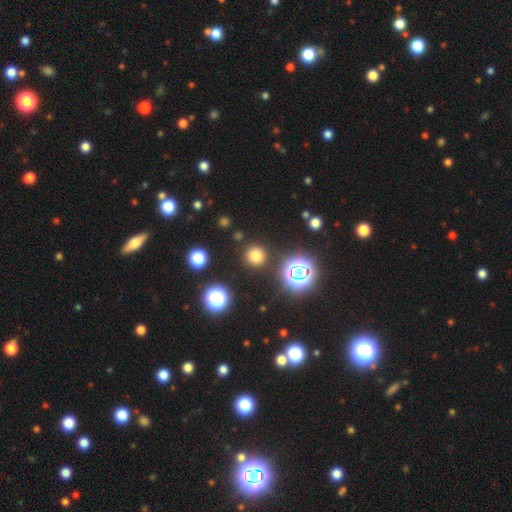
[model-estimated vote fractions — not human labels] smooth_or_featured: smooth (p=0.71) [alt: star or artifact p=0.24]
how_rounded: round (p=0.94) [alt: in between p=0.05]
merging: none (p=0.89) [alt: minor disturbance p=0.06]